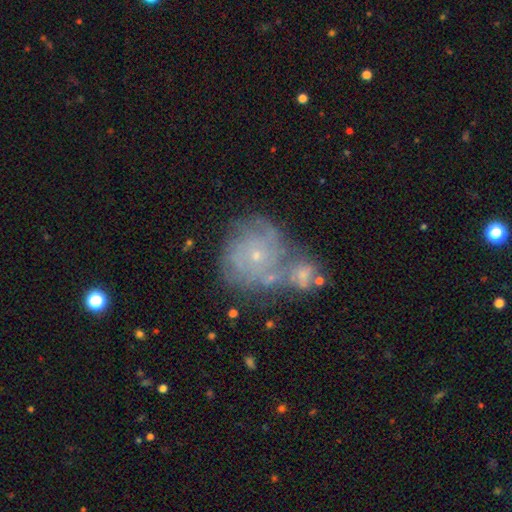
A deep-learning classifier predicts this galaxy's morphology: Overall: featured or disk (70%). Edge-on disk: no (98%). Bar: no (84%). Spiral arms: yes (81%). Spiral arm count: can't tell (49%; 3 14%). Spiral winding: tight (68%). Bulge size: small (83%). Merging: none (37%, tied with merger).